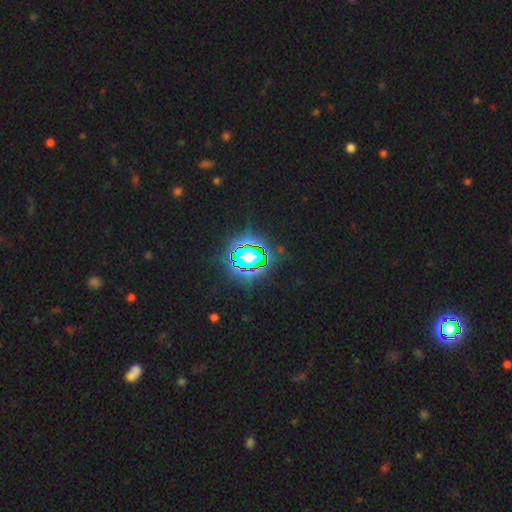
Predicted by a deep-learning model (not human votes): Smooth or featured? star or artifact (76%)